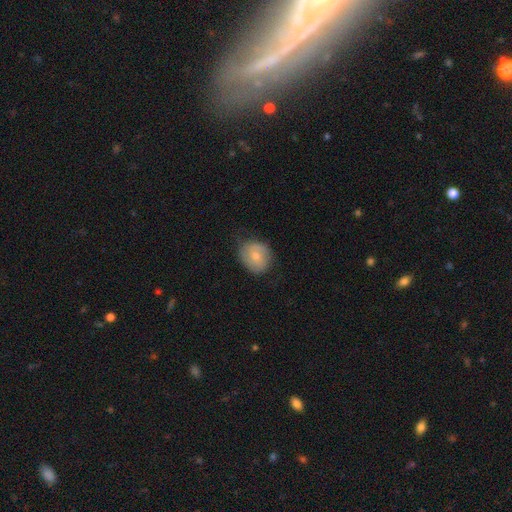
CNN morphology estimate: Overall: smooth (62%; featured or disk 31%). How rounded: round (66%; in between 33%). Merging: none (66%; minor disturbance 26%).